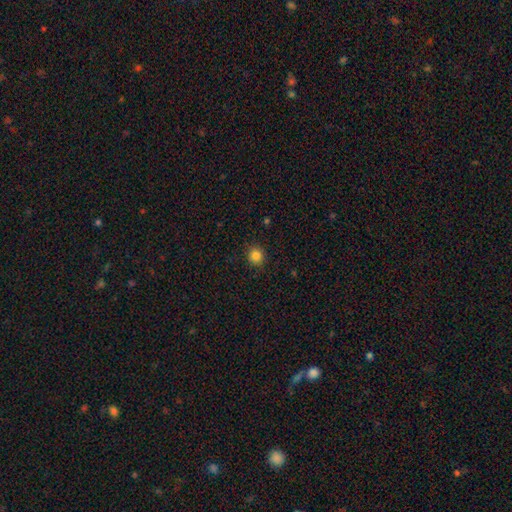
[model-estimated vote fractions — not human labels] This is clearly a smooth galaxy (84%). How rounded: clearly round (89%). Merging: clearly none (91%).